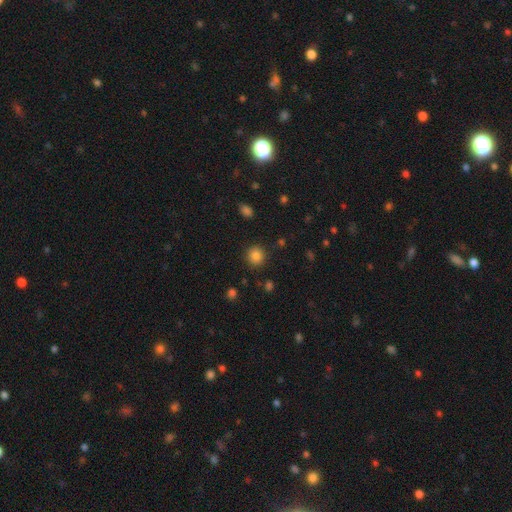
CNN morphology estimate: smooth-or-featured: smooth: 84% | star or artifact: 11% | featured or disk: 5%
  how-rounded: round: 90% | in between: 9% | cigar-shaped: 1%
  merging: none: 89% | minor disturbance: 7% | major disturbance: 3% | merger: 2%